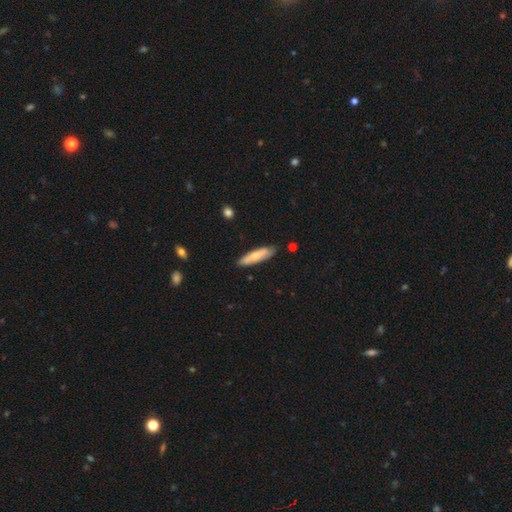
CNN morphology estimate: The model was most divided on "smooth or featured": smooth: 66%, featured or disk: 28%, star or artifact: 5%. More confident: merging — none (84%); how rounded — cigar-shaped (72%).